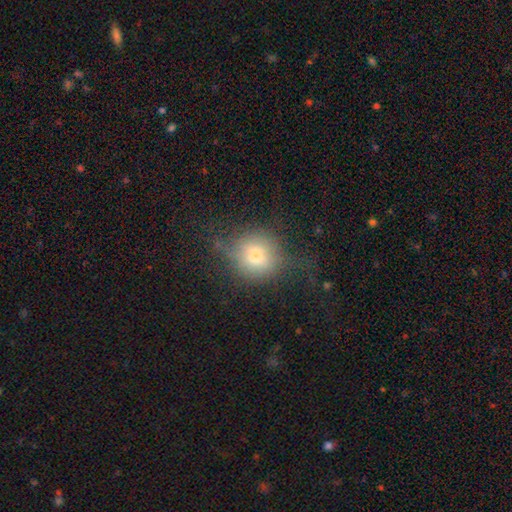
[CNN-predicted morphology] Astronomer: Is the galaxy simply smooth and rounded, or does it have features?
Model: smooth — 60%.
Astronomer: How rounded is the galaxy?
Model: round — 83%.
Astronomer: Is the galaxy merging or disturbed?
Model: none — 61%.